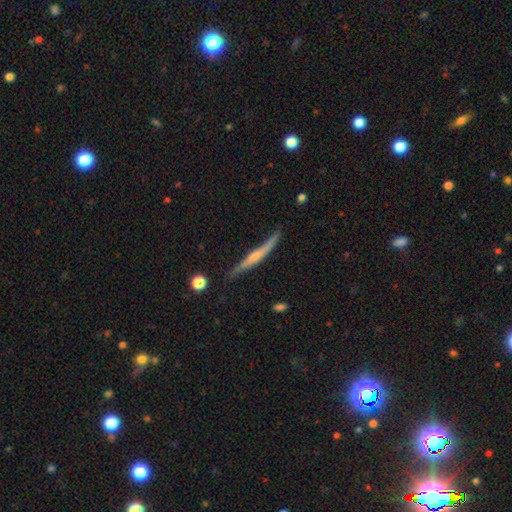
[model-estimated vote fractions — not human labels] This appears to be a featured or disk galaxy (58%) viewed edge-on (94%) with a rounded central bulge (44%). Merging: none (74%).